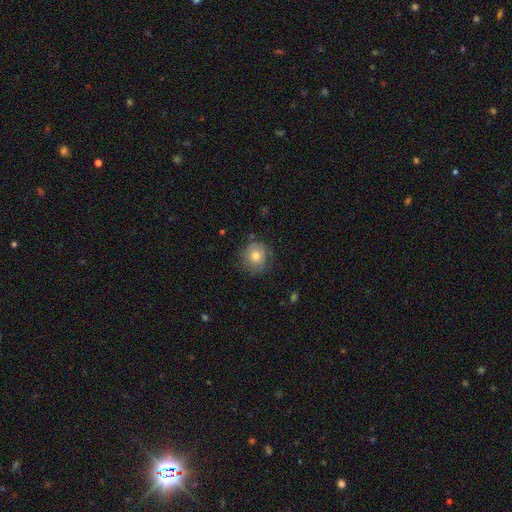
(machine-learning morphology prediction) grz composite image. It shows a smooth galaxy with no disk features (73%) that is round (84%). Merging: none (74%).